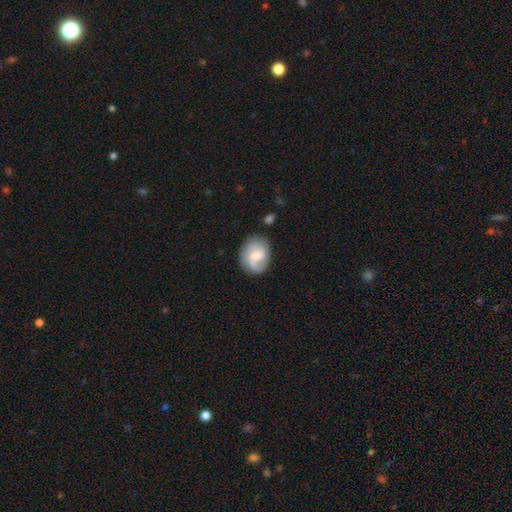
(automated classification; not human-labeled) Smooth or featured: smooth — 49% (featured or disk — 44%)
Merging: none — 68% (minor disturbance — 21%)